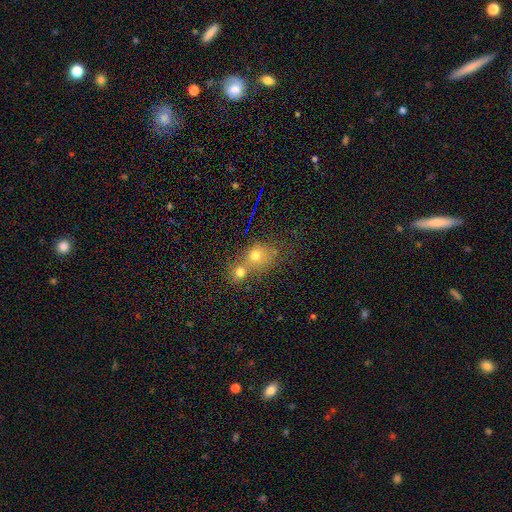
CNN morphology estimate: smooth-or-featured: smooth: 65% | star or artifact: 18% | featured or disk: 16%
  how-rounded: round: 69% | in between: 30% | cigar-shaped: 1%
  merging: merger: 55% | none: 33% | minor disturbance: 7% | major disturbance: 4%